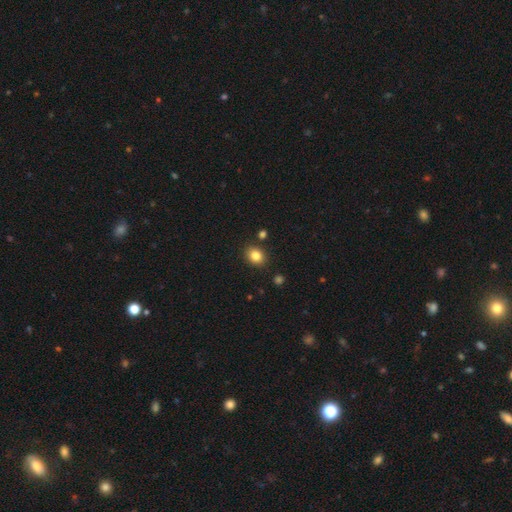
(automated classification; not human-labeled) smooth 84%, star or artifact 10%, featured or disk 6%. Down the decision tree: how rounded — round (55%); merging — none (86%).